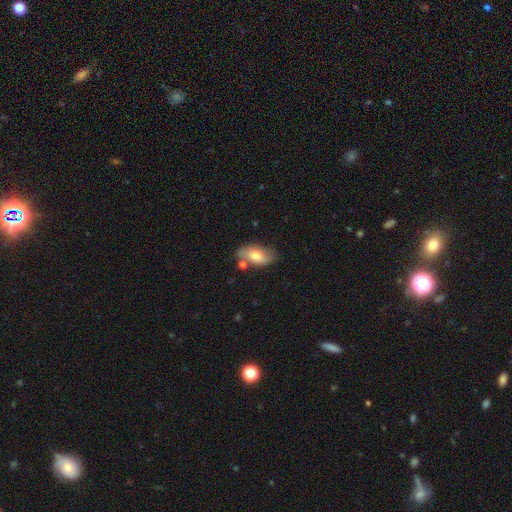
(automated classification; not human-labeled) Overall: smooth (66%; featured or disk 27%). How rounded: in between (91%). Merging: none (68%).